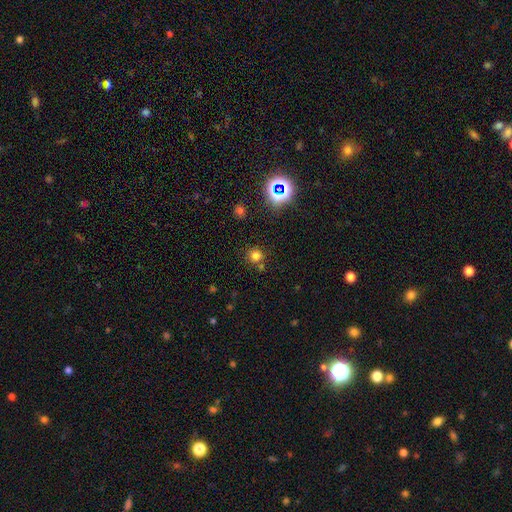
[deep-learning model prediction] A smooth galaxy with no disk features (72%) that is round (92%).

Vote fractions:
- Smooth or featured? smooth: 72% / star or artifact: 21% / featured or disk: 7%
- How rounded? round: 92% / in between: 7% / cigar-shaped: 1%
- Merging? none: 75% / merger: 13% / minor disturbance: 9% / major disturbance: 3%